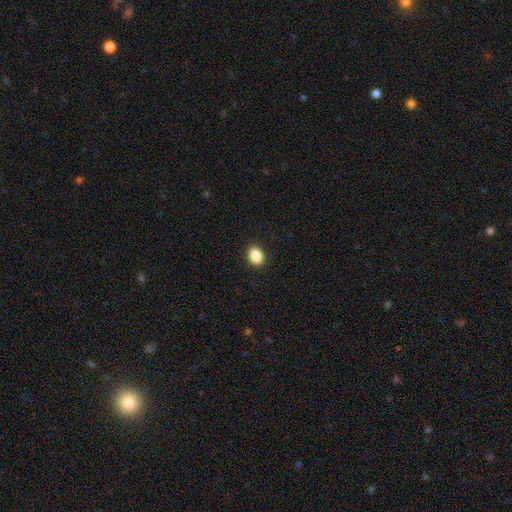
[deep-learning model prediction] Smooth or featured?
  - smooth: 88% *
  - star or artifact: 8%
  - featured or disk: 4%
How rounded?
  - in between: 76% *
  - round: 22%
  - cigar-shaped: 1%
Merging?
  - none: 91% *
  - minor disturbance: 7%
  - major disturbance: 2%
  - merger: 1%